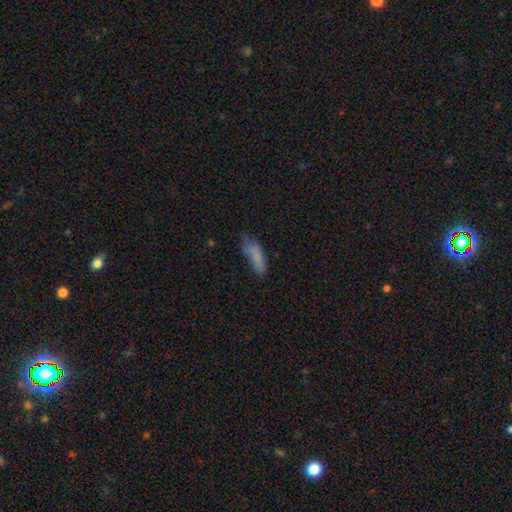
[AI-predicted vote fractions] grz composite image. It shows a smooth galaxy with no disk features (74%) that is in between round and cigar-shaped (53%). Merging: none (41%).